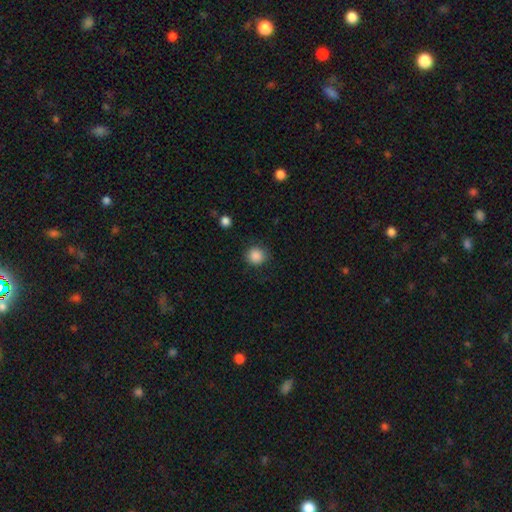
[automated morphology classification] This appears to be a smooth galaxy with no disk features (87%) that is round (91%). Merging: none (87%).